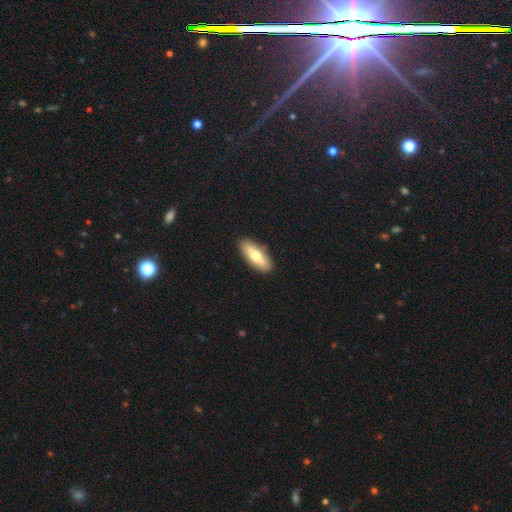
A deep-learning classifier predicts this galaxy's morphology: Smooth or featured?
  - smooth: 65% *
  - featured or disk: 29%
  - star or artifact: 5%
How rounded?
  - in between: 63% *
  - cigar-shaped: 34%
  - round: 2%
Merging?
  - none: 90% *
  - minor disturbance: 7%
  - major disturbance: 2%
  - merger: 1%